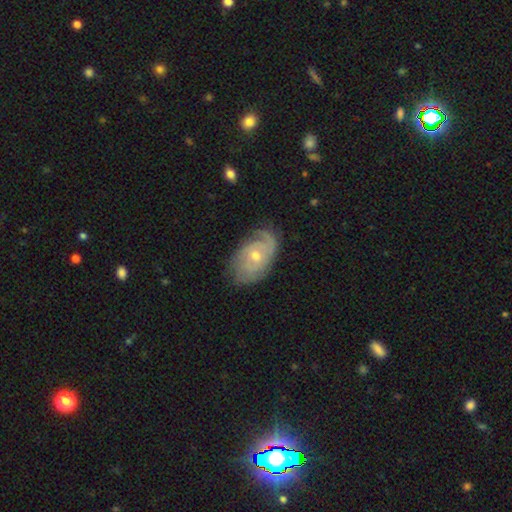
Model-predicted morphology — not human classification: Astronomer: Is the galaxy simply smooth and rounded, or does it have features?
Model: featured or disk — 76%.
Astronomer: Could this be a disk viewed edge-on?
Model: no — 95%.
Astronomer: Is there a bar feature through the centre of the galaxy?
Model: no — 74%.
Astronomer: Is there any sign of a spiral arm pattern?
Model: yes — 90%.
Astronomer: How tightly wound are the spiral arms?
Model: tight — 62%.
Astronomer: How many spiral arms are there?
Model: can't tell — 36% (runner-up: 2, 29%).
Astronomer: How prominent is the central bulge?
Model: moderate — 52% (runner-up: small, 45%).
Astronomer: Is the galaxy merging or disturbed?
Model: none — 70%.